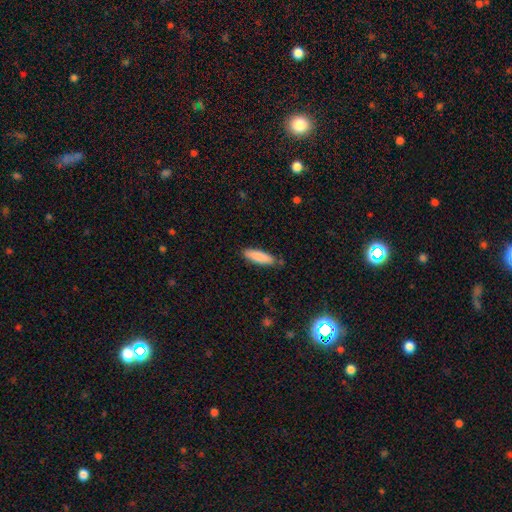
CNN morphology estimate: Overall: smooth (86%). How rounded: cigar-shaped (64%; in between 35%). Merging: none (82%).